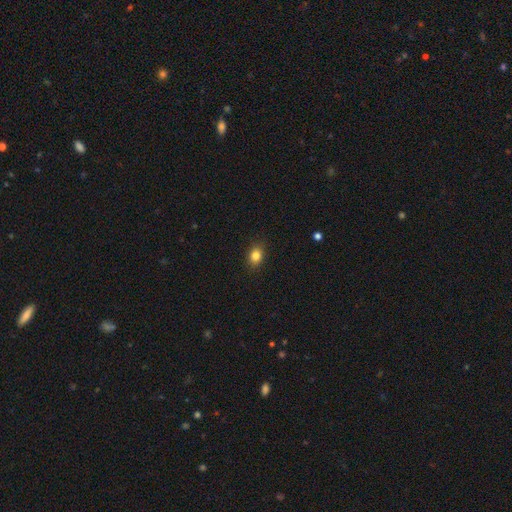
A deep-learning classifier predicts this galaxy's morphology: A smooth galaxy with no disk features (83%) that is in between round and cigar-shaped (58%).

Vote fractions:
- Smooth or featured? smooth: 83% / star or artifact: 11% / featured or disk: 6%
- How rounded? in between: 58% / round: 41% / cigar-shaped: 1%
- Merging? none: 88% / minor disturbance: 9% / major disturbance: 2% / merger: 1%